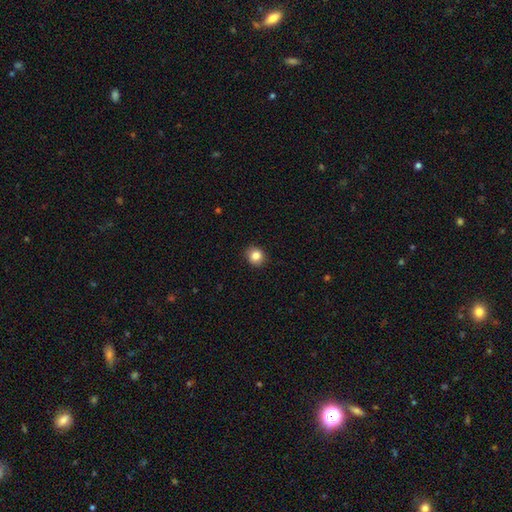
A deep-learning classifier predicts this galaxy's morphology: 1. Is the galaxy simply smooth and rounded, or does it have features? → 85% smooth, 10% star or artifact, 5% featured or disk.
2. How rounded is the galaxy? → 84% round, 15% in between, 1% cigar-shaped.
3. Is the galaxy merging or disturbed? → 90% none, 7% minor disturbance, 2% major disturbance, 1% merger.